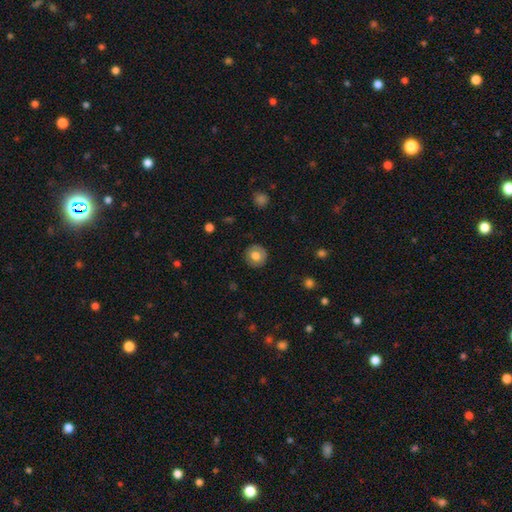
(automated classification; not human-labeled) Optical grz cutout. It shows a smooth galaxy with no disk features (76%) that is round (92%). Merging: none (89%).